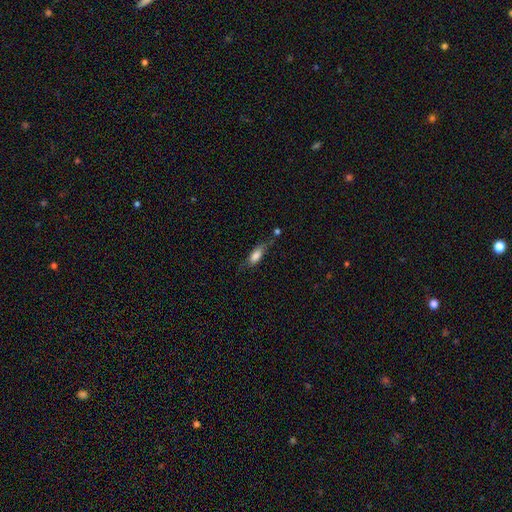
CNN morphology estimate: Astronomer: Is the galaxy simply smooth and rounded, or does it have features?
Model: smooth — 76%.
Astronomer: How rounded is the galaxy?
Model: in between — 70%.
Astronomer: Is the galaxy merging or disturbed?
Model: none — 57%.